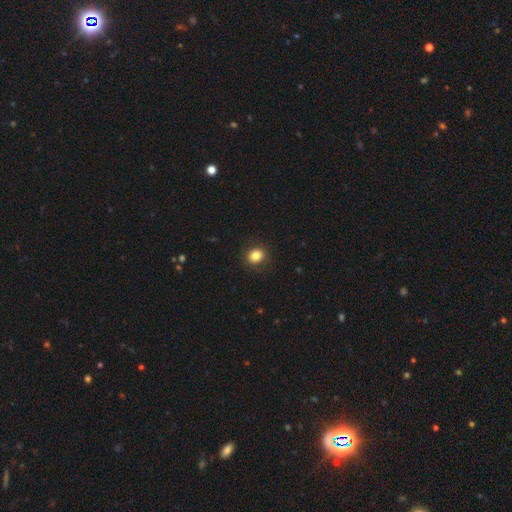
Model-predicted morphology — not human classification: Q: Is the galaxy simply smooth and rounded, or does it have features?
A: smooth — 84%.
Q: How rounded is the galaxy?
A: round — 72%.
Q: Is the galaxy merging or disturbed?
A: none — 89%.